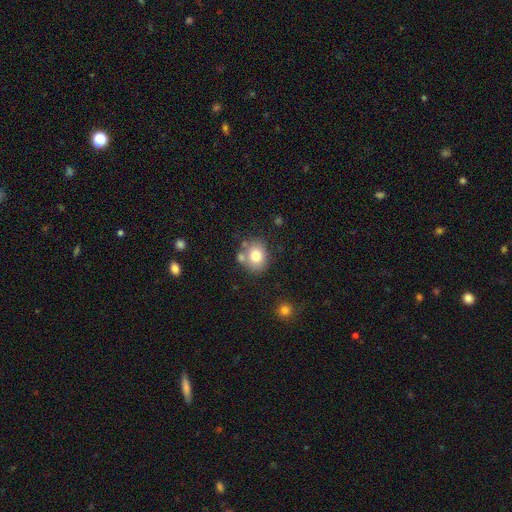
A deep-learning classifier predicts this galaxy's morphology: smooth_or_featured: smooth (p=0.76) [alt: featured or disk p=0.14]
how_rounded: round (p=0.65) [alt: in between p=0.34]
merging: none (p=0.67) [alt: merger p=0.16]